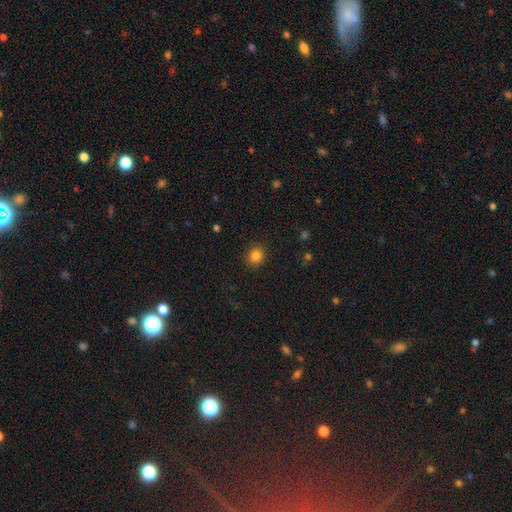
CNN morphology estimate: A smooth galaxy with no disk features (84%) that is round (68%).

Vote fractions:
- Smooth or featured? smooth: 84% / star or artifact: 11% / featured or disk: 5%
- How rounded? round: 68% / in between: 31% / cigar-shaped: 1%
- Merging? none: 89% / minor disturbance: 8% / major disturbance: 2% / merger: 1%